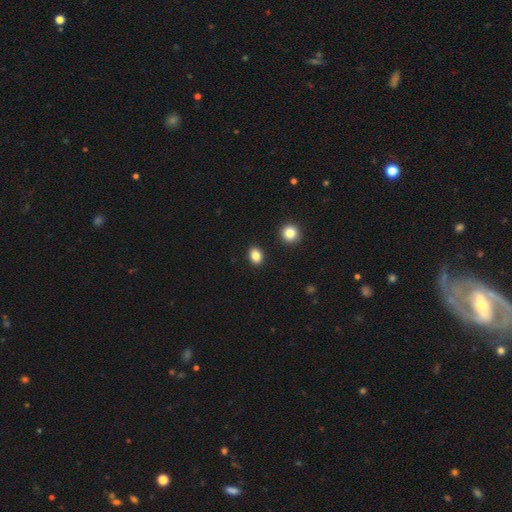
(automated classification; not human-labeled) This is clearly a smooth galaxy (85%). How rounded: likely in between (63%). Merging: clearly none (89%).